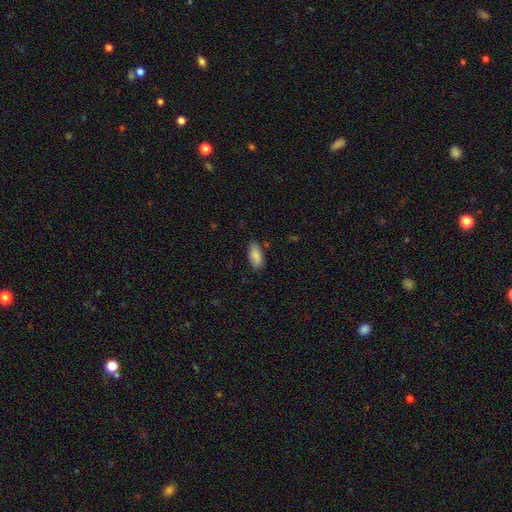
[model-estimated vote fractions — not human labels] This appears to be a smooth galaxy with no disk features (87%) that is in between round and cigar-shaped (85%). Merging: none (79%).